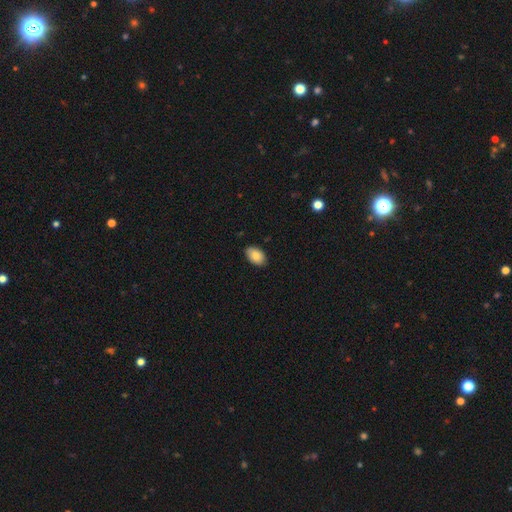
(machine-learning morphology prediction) This is clearly a smooth galaxy (85%). How rounded: clearly in between (91%). Merging: clearly none (87%).